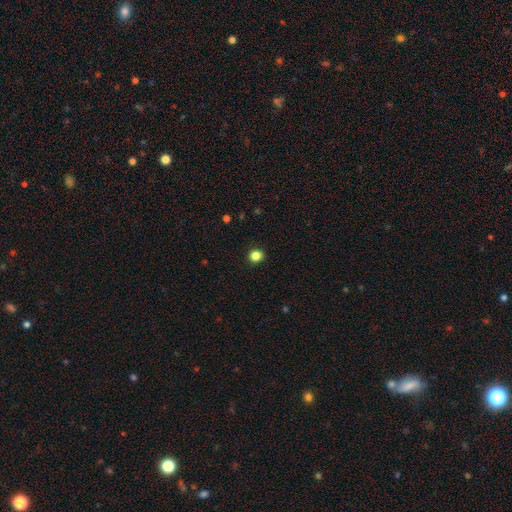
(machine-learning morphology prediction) Smooth or featured: smooth — 85% (star or artifact — 12%)
How rounded: round — 86% (in between — 13%)
Merging: none — 92% (minor disturbance — 6%)